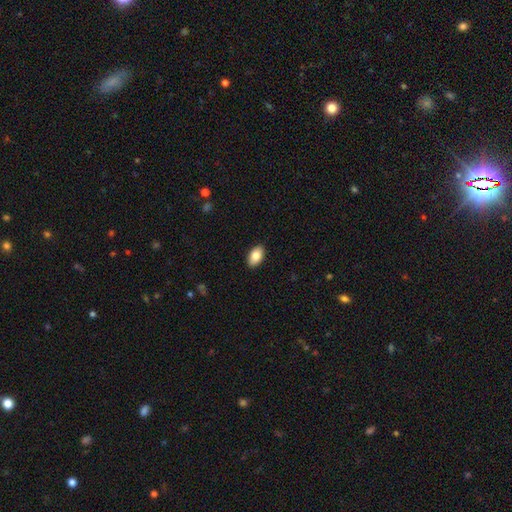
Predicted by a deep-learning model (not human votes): smooth-or-featured: smooth: 84% | featured or disk: 9% | star or artifact: 7%
  how-rounded: in between: 93% | round: 5% | cigar-shaped: 2%
  merging: none: 90% | minor disturbance: 8% | major disturbance: 2% | merger: 1%